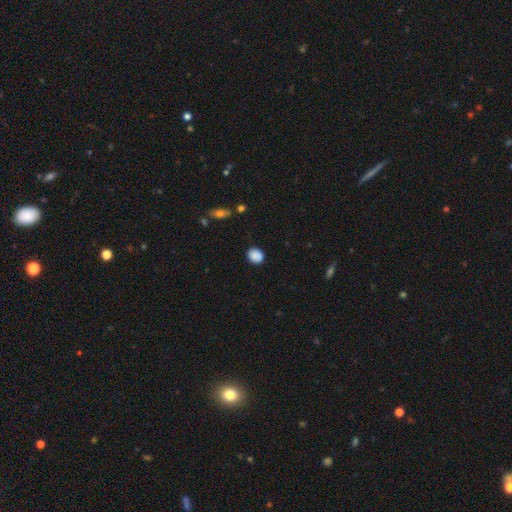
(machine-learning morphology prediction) A smooth galaxy with no disk features (87%) that is round (68%).

Vote fractions:
- Smooth or featured? smooth: 87% / star or artifact: 9% / featured or disk: 4%
- How rounded? round: 68% / in between: 31% / cigar-shaped: 1%
- Merging? none: 85% / minor disturbance: 11% / major disturbance: 2% / merger: 1%